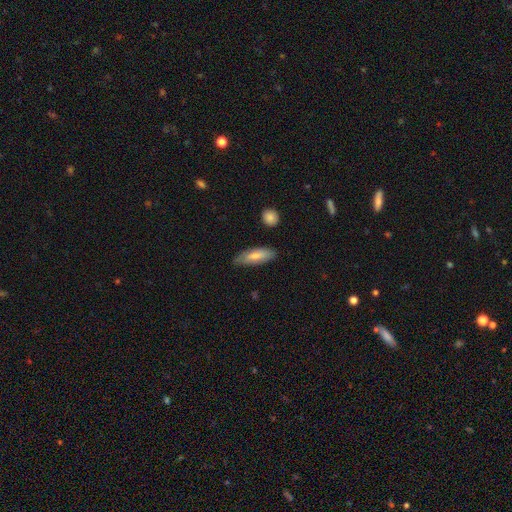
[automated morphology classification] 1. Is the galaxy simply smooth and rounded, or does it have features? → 68% smooth, 26% featured or disk, 6% star or artifact.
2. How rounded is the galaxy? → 62% in between, 35% cigar-shaped, 2% round.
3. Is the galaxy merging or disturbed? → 78% none, 17% minor disturbance, 3% major disturbance, 2% merger.